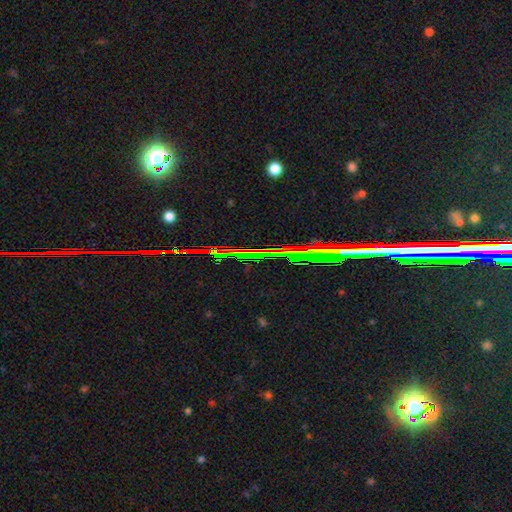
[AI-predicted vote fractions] A star or artifact, not a galaxy (81%).

Vote fractions:
- Smooth or featured? star or artifact: 81% / featured or disk: 10% / smooth: 8%